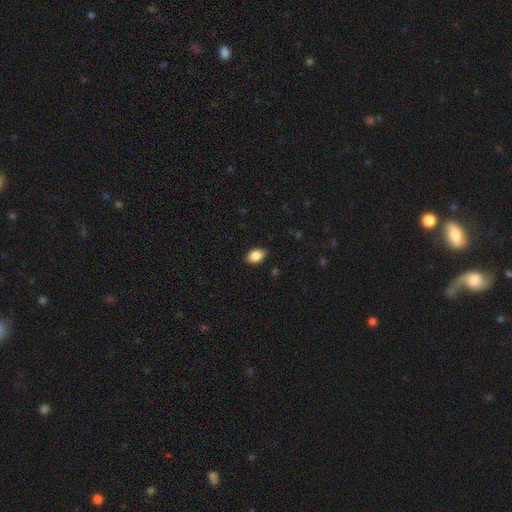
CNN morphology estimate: Smooth or featured? smooth (87%)
How rounded? in between (88%)
Merging? none (87%)